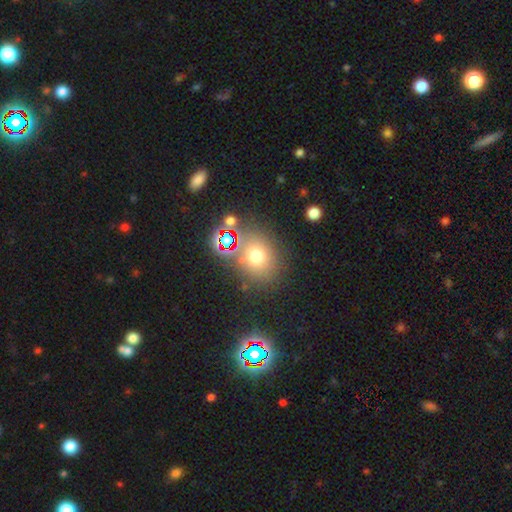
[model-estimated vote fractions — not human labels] This is likely a smooth galaxy (65%). How rounded: likely round (68%). Merging: likely none (74%).